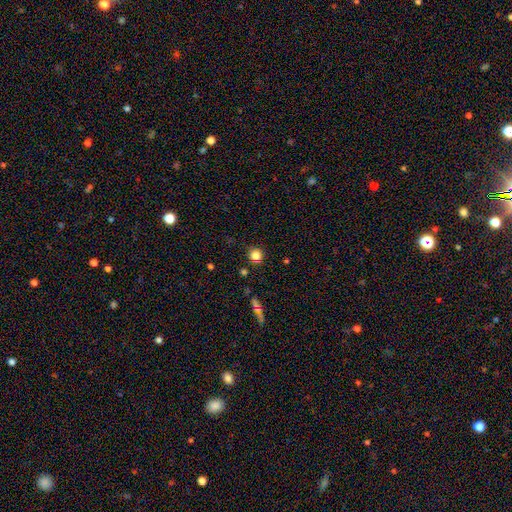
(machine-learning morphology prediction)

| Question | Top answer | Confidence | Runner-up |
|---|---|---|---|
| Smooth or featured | smooth | 81% | star or artifact (13%) |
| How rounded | round | 93% | in between (6%) |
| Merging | none | 88% | minor disturbance (8%) |